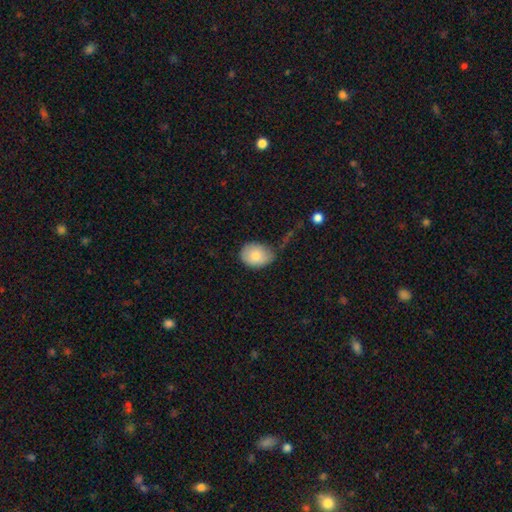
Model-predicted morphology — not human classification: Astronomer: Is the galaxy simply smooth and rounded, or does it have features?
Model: smooth — 80%.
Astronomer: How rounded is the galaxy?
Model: in between — 67%.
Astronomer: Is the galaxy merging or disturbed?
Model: none — 52% (runner-up: minor disturbance, 32%).